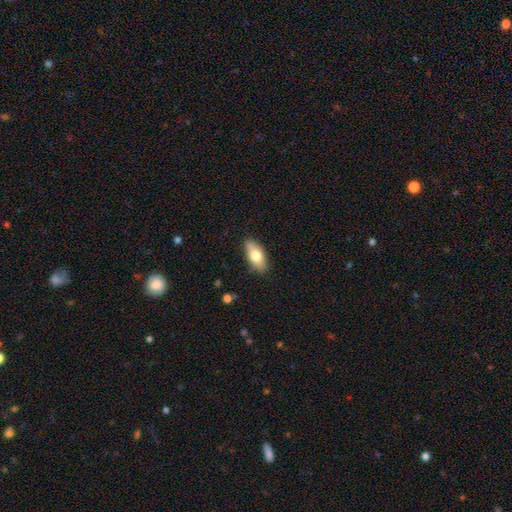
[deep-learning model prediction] smooth-or-featured: smooth: 72% | featured or disk: 21% | star or artifact: 6%
  how-rounded: in between: 86% | cigar-shaped: 10% | round: 4%
  merging: none: 84% | minor disturbance: 12% | major disturbance: 2% | merger: 1%